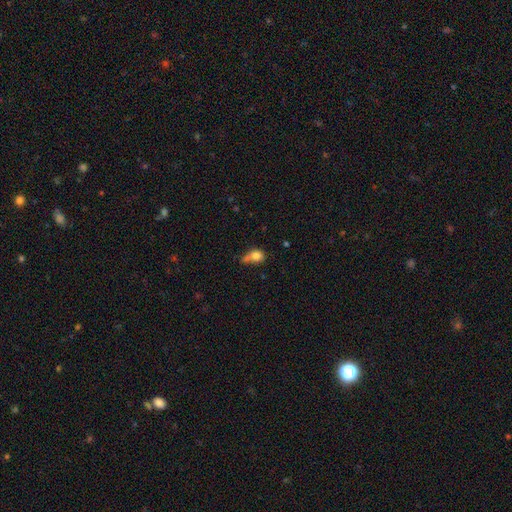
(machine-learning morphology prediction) This appears to be a smooth galaxy with no disk features (76%) that is in between round and cigar-shaped (51%). Merging: none (29%).